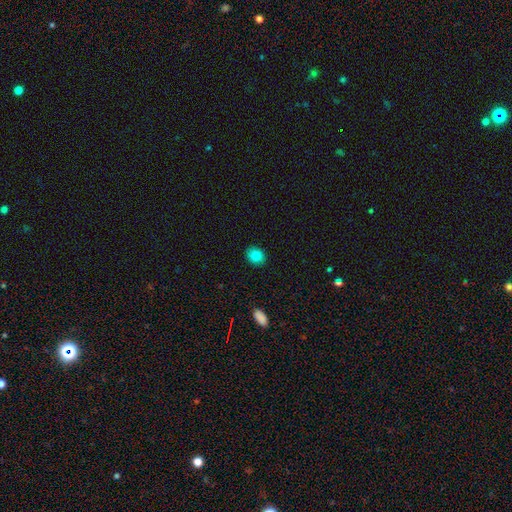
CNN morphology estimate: The model was most divided on "how rounded": round: 56%, in between: 43%, cigar-shaped: 1%. More confident: merging — none (89%); smooth or featured — smooth (86%).